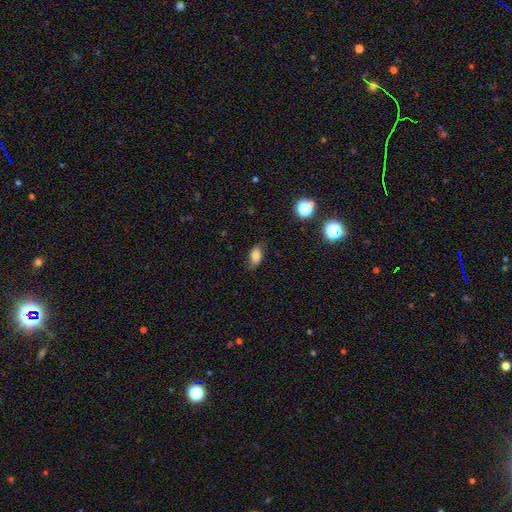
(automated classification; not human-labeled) Smooth or featured? smooth (75%)
How rounded? in between (88%)
Merging? none (73%)